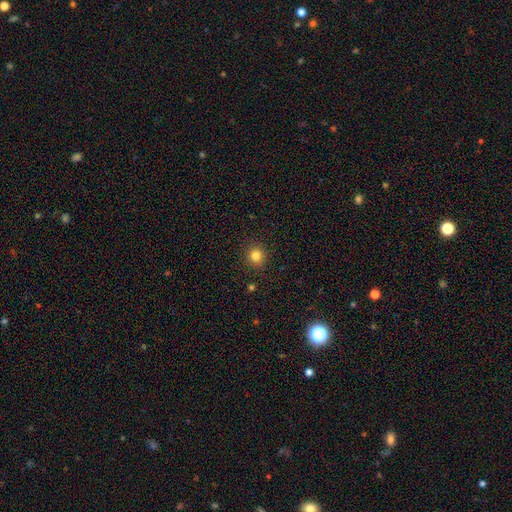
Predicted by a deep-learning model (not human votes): A smooth galaxy with no disk features (82%) that is round (92%).

Vote fractions:
- Smooth or featured? smooth: 82% / star or artifact: 13% / featured or disk: 5%
- How rounded? round: 92% / in between: 7% / cigar-shaped: 1%
- Merging? none: 91% / minor disturbance: 6% / major disturbance: 2% / merger: 1%